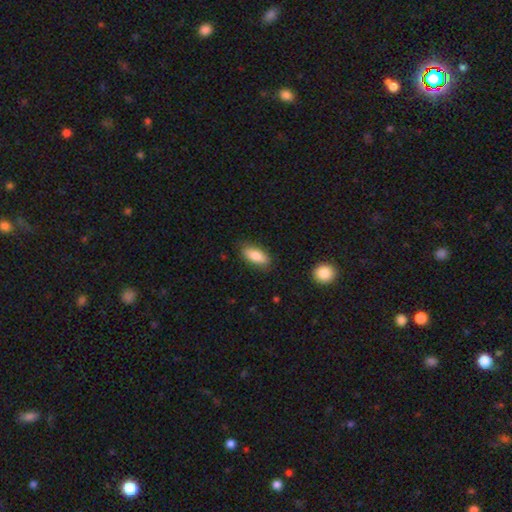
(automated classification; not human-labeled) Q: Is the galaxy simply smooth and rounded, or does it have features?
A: smooth — 80%.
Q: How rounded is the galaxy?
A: in between — 82%.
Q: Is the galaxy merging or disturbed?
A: none — 83%.